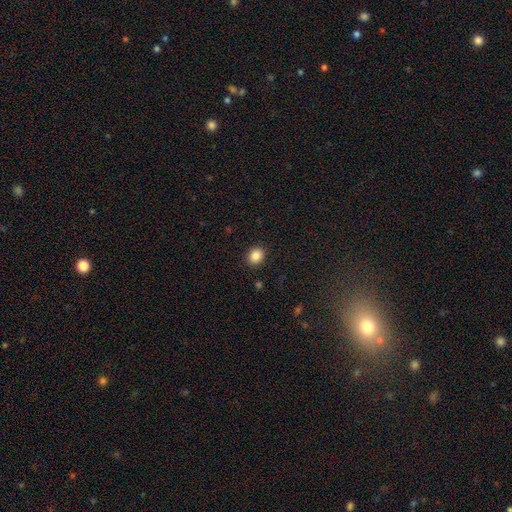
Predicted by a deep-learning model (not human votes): Overall: smooth (87%). How rounded: round (53%; in between 47%). Merging: none (90%).